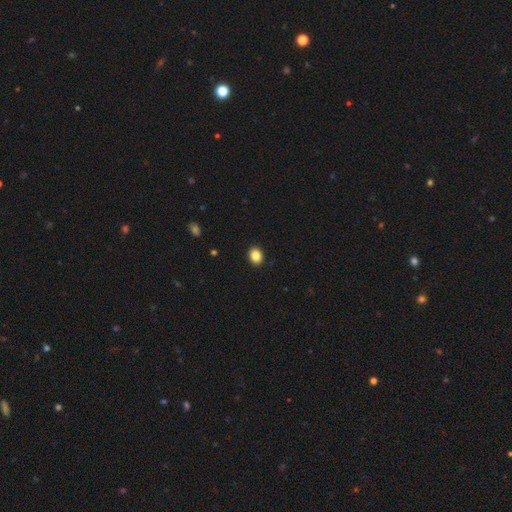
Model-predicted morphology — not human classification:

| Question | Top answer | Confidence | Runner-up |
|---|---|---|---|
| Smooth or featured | smooth | 87% | star or artifact (9%) |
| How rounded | in between | 55% | round (44%) |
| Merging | none | 91% | minor disturbance (6%) |